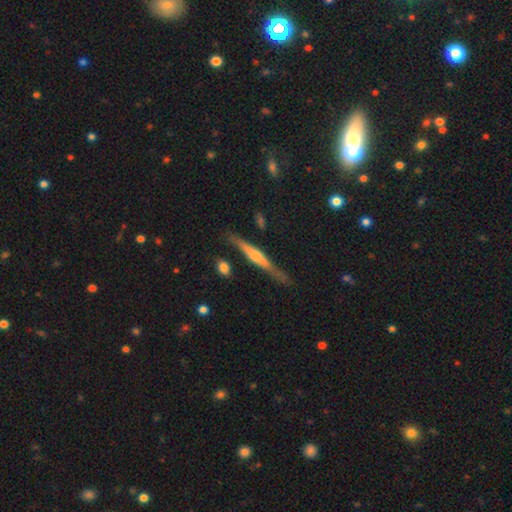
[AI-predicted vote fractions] This is likely a featured or disk galaxy (69%). It is clearly viewed edge-on (97%). Edge-on bulge: likely rounded (63%). Merging: likely none (79%).